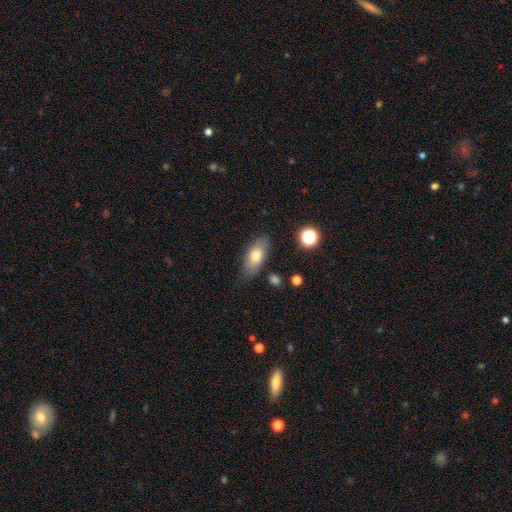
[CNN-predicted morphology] This appears to be a smooth galaxy with no disk features (74%) that is in between round and cigar-shaped (85%). Merging: none (75%).